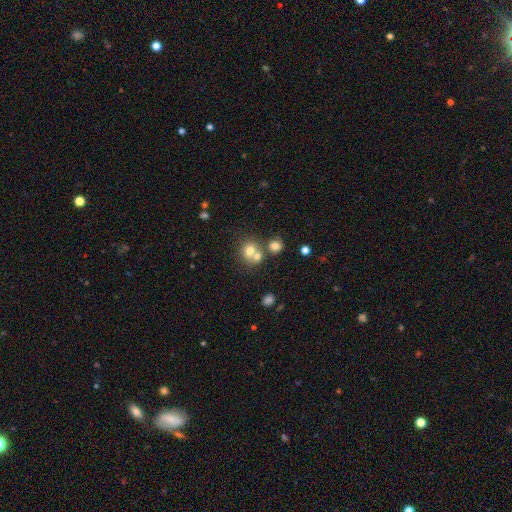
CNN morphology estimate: A smooth galaxy with no disk features (67%) that is round (78%).

Vote fractions:
- Smooth or featured? smooth: 67% / star or artifact: 17% / featured or disk: 16%
- How rounded? round: 78% / in between: 21% / cigar-shaped: 1%
- Merging? none: 45% / merger: 44% / minor disturbance: 7% / major disturbance: 3%